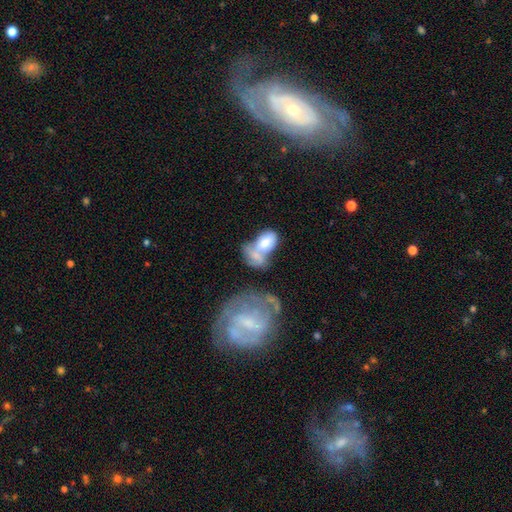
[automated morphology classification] smooth-or-featured: smooth: 58% | featured or disk: 34% | star or artifact: 8%
  how-rounded: in between: 86% | round: 12% | cigar-shaped: 2%
  merging: merger: 63% | major disturbance: 14% | none: 13% | minor disturbance: 10%